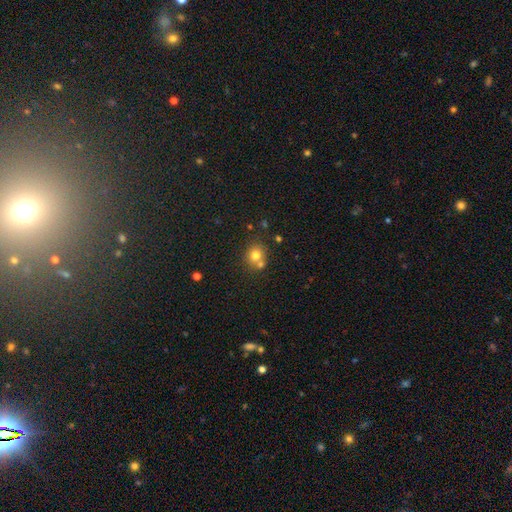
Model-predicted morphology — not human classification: smooth 76%, star or artifact 13%, featured or disk 11%. Down the decision tree: how rounded — round (81%); merging — none (58%).